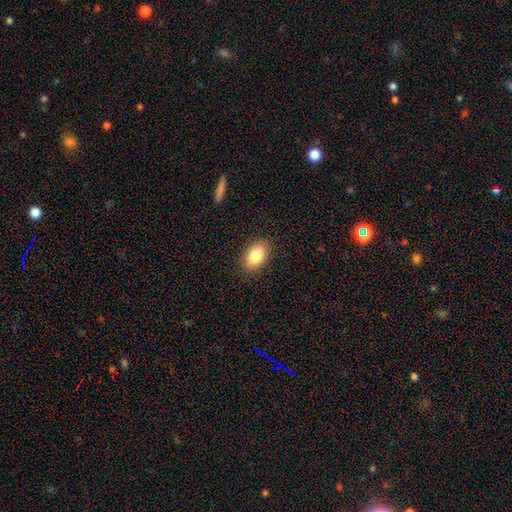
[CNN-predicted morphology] Smooth or featured? Predicted: smooth (p=0.83). How rounded? Predicted: in between (p=0.85). Merging? Predicted: none (p=0.87).